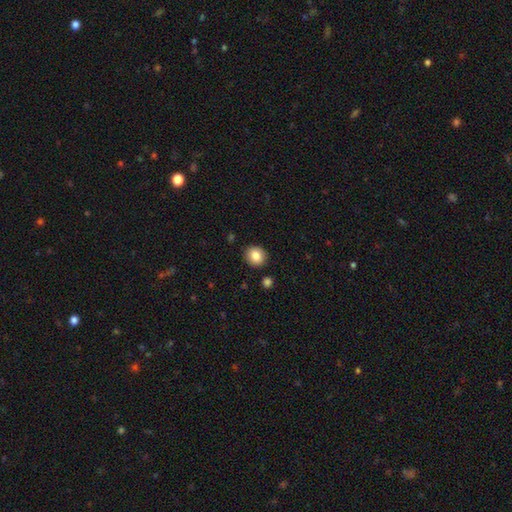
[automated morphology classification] smooth 84%, star or artifact 9%, featured or disk 7%. Down the decision tree: how rounded — round (85%); merging — none (90%).